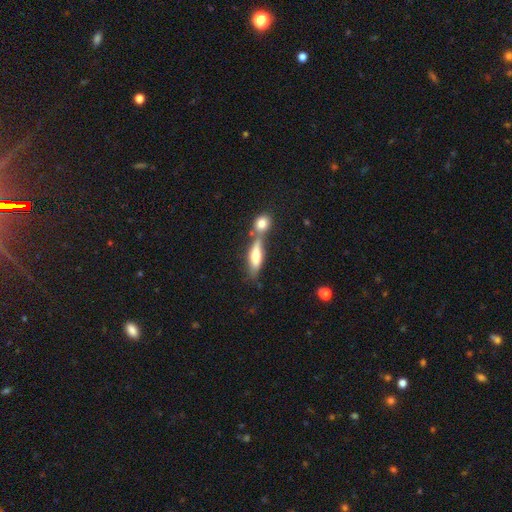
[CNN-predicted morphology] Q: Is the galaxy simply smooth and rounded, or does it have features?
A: smooth — 60%.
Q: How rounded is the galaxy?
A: cigar-shaped — 52%.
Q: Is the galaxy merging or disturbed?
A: merger — 45%.